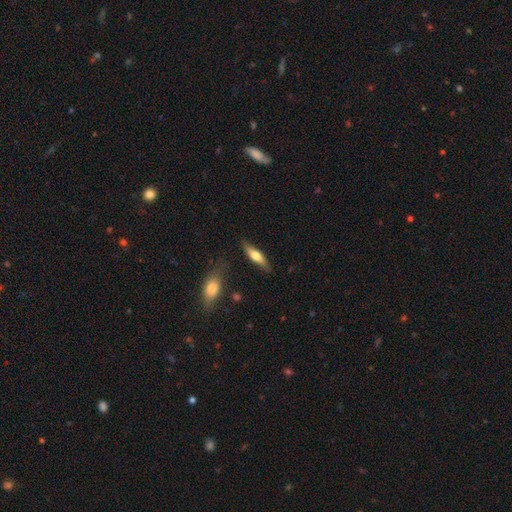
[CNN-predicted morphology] smooth-or-featured: smooth: 56% | featured or disk: 38% | star or artifact: 6%
  how-rounded: cigar-shaped: 65% | in between: 33% | round: 2%
  merging: none: 80% | minor disturbance: 14% | major disturbance: 3% | merger: 3%